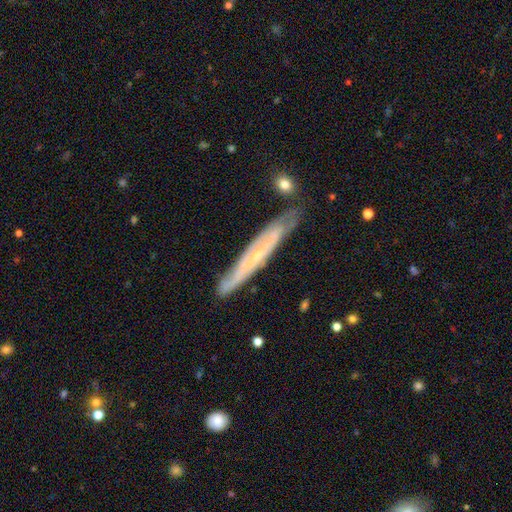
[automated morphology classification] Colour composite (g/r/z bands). It shows a featured or disk galaxy (73%) viewed edge-on (63%). Merging: none (77%).